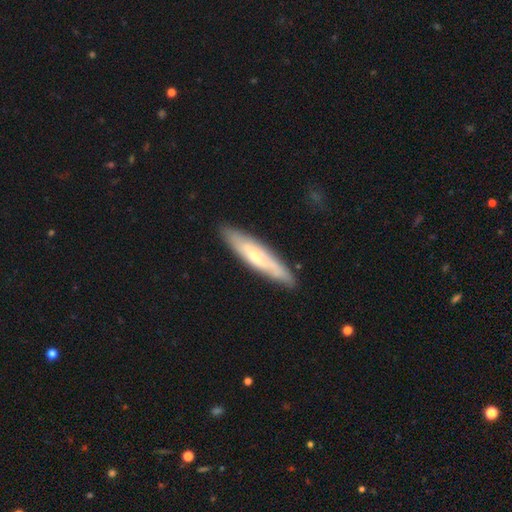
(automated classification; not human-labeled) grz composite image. It shows a featured or disk galaxy (50%) viewed edge-on (58%). Merging: none (83%).